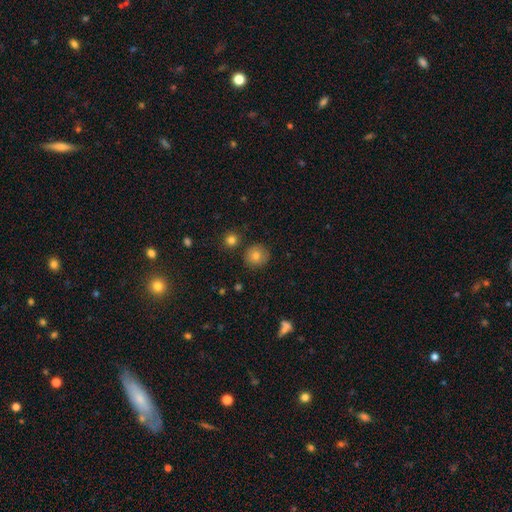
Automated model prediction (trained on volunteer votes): smooth 79%, star or artifact 12%, featured or disk 9%. Down the decision tree: how rounded — round (91%); merging — none (86%).